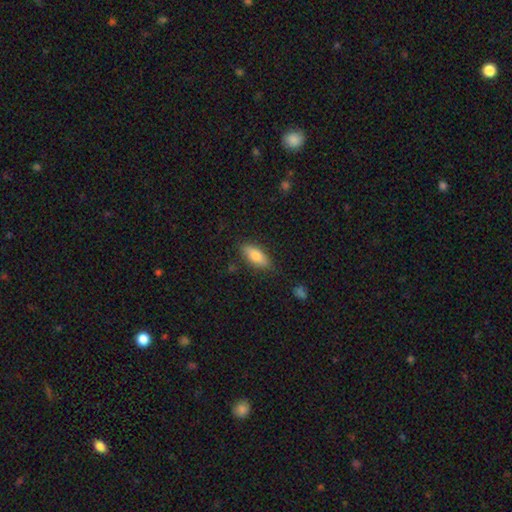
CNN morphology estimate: Q: Smooth or featured?
A: smooth (78%); runner-up: featured or disk (16%)
Q: How rounded?
A: in between (78%); runner-up: cigar-shaped (20%)
Q: Merging?
A: none (81%); runner-up: minor disturbance (14%)